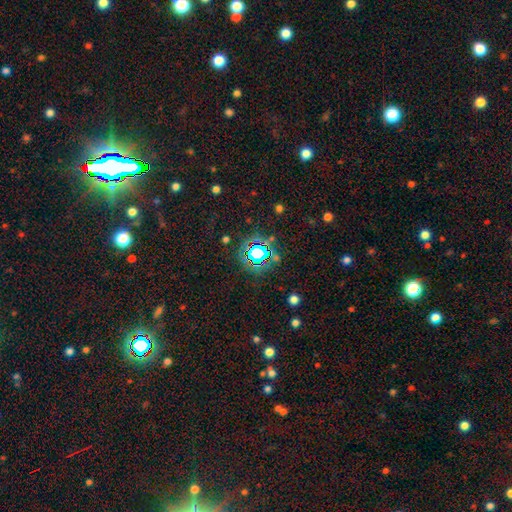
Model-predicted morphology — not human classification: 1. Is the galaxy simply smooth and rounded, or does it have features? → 70% star or artifact, 20% smooth, 10% featured or disk.